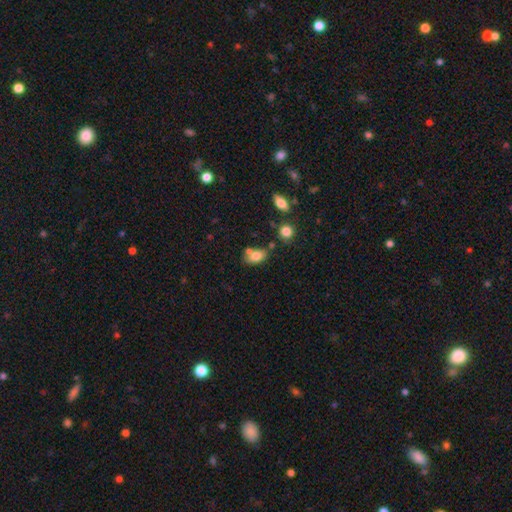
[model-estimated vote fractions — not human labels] Smooth or featured?
  - smooth: 80% *
  - featured or disk: 11%
  - star or artifact: 9%
How rounded?
  - in between: 87% *
  - round: 10%
  - cigar-shaped: 3%
Merging?
  - none: 59% *
  - merger: 19%
  - minor disturbance: 17%
  - major disturbance: 5%